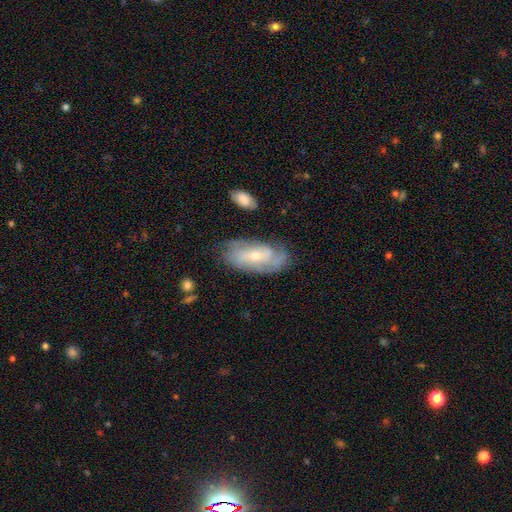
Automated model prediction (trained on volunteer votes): Q: Smooth or featured?
A: featured or disk (72%); runner-up: smooth (21%)
Q: Edge-on disk?
A: no (92%); runner-up: yes (8%)
Q: Bar?
A: no (53%); runner-up: weak (36%)
Q: Spiral arms?
A: yes (88%); runner-up: no (12%)
Q: Spiral winding?
A: tight (49%); runner-up: medium (36%)
Q: Spiral arm count?
A: can't tell (38%); runner-up: 2 (35%)
Q: Bulge size?
A: small (60%); runner-up: moderate (37%)
Q: Merging?
A: none (71%); runner-up: minor disturbance (20%)